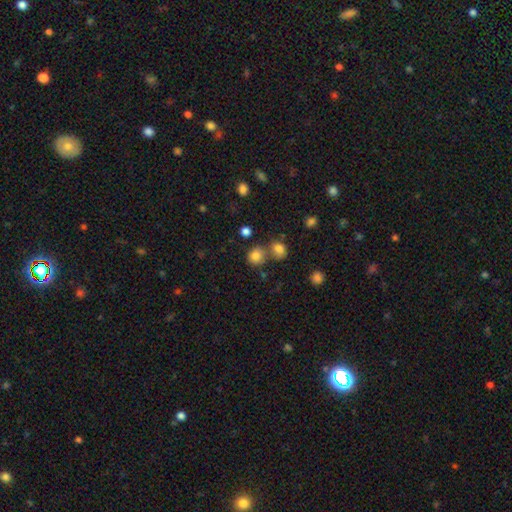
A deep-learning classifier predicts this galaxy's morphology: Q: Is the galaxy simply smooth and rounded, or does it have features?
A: smooth — 81%.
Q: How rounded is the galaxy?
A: round — 83%.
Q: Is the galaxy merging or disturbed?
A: none — 64%.